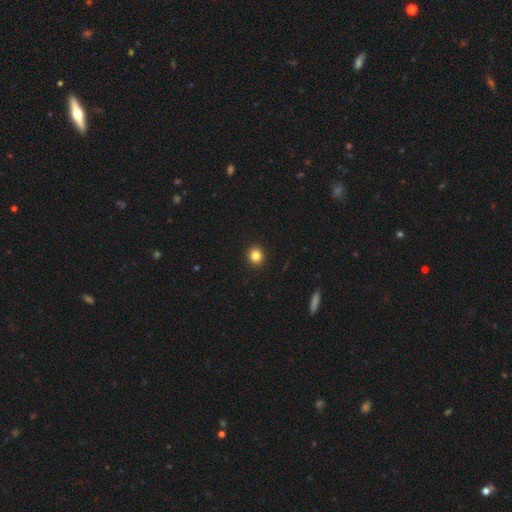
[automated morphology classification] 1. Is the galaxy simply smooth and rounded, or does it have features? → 84% smooth, 11% star or artifact, 5% featured or disk.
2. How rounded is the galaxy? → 87% round, 12% in between, 1% cigar-shaped.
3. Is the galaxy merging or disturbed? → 93% none, 4% minor disturbance, 1% major disturbance, 1% merger.